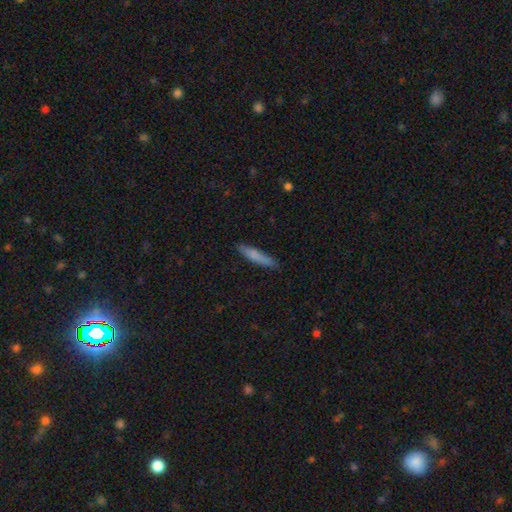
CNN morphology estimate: smooth-or-featured: smooth: 77% | featured or disk: 17% | star or artifact: 6%
  how-rounded: cigar-shaped: 88% | in between: 11% | round: 1%
  merging: none: 83% | minor disturbance: 14% | major disturbance: 2% | merger: 1%